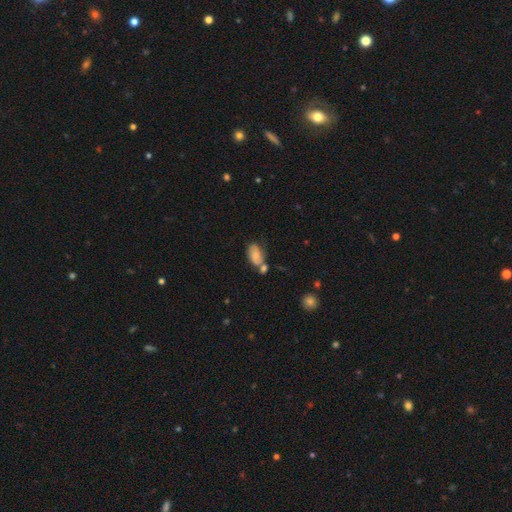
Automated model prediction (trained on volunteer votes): This appears to be a smooth galaxy with no disk features (66%) that is in between round and cigar-shaped (91%). Merging: none (37%).